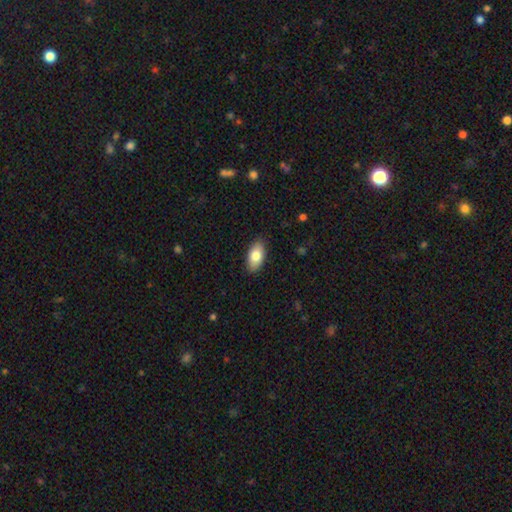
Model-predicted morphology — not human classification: smooth_or_featured: smooth (p=0.81) [alt: featured or disk p=0.13]
how_rounded: in between (p=0.93) [alt: cigar-shaped p=0.03]
merging: none (p=0.87) [alt: minor disturbance p=0.10]